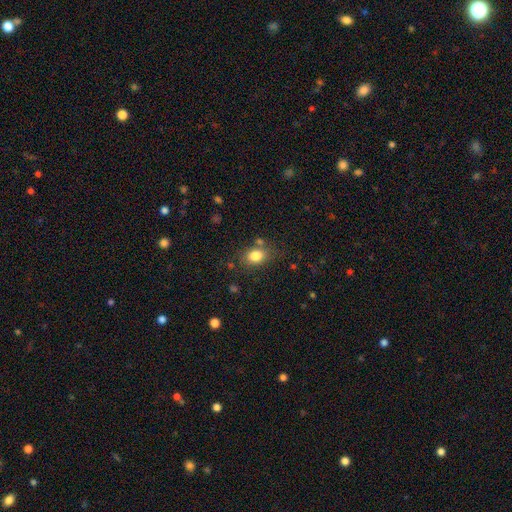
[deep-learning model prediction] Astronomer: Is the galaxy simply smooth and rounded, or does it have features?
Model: smooth — 82%.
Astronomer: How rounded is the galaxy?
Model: in between — 67%.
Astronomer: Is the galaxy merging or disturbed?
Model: none — 73%.